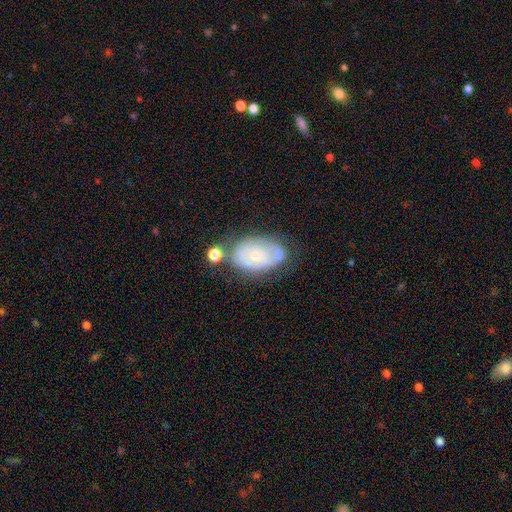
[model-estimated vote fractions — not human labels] This appears to be a featured or disk galaxy (55%) with no bar (84%), no spiral arms (51%) and a small central bulge (63%). Merging: none (50%).